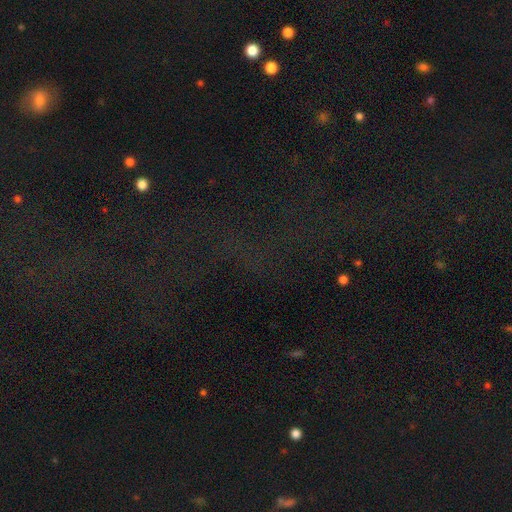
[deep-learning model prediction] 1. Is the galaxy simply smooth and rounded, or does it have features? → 73% star or artifact, 16% smooth, 11% featured or disk.